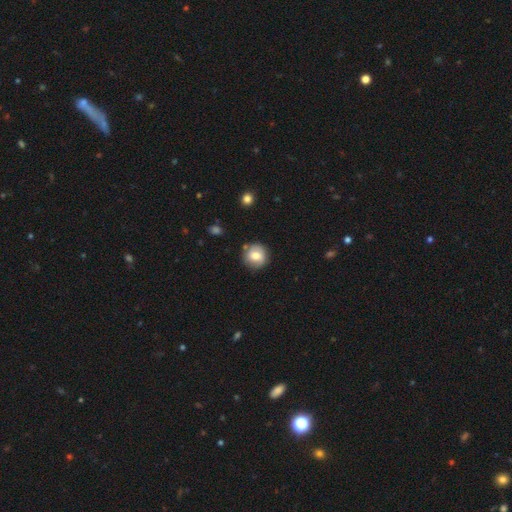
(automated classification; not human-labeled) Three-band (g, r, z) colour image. It shows a smooth galaxy with no disk features (66%) that is round (90%). Merging: none (80%).